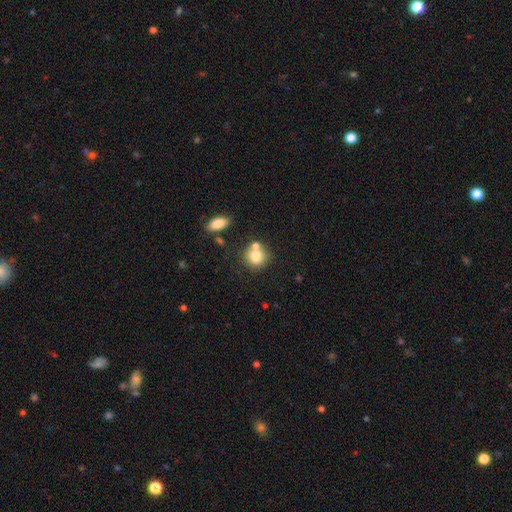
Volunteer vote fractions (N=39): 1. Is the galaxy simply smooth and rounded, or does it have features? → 72% smooth, 23% featured or disk, 5% star or artifact.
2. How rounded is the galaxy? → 79% round, 21% in between, 0% cigar-shaped.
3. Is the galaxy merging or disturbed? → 49% merger, 46% none, 3% minor disturbance, 3% major disturbance.